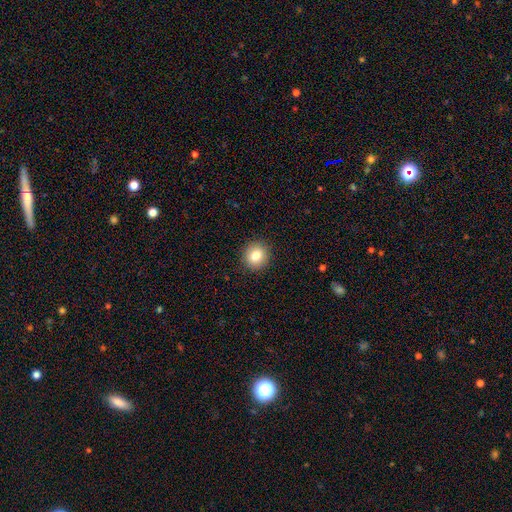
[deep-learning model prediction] A smooth galaxy with no disk features (82%) that is round (86%). Merging: none (91%).